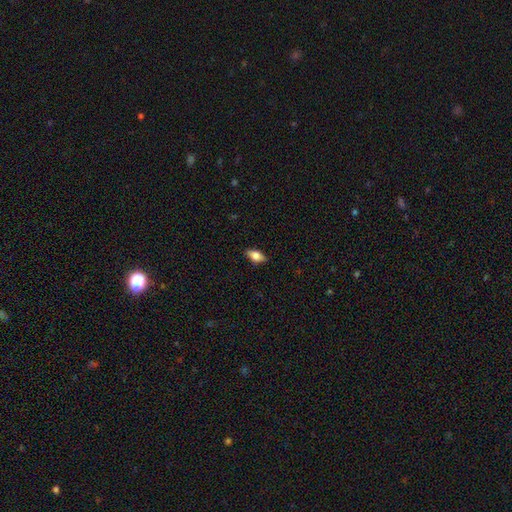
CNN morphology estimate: smooth 71%, featured or disk 22%, star or artifact 8%. Down the decision tree: how rounded — in between (85%); merging — none (86%).